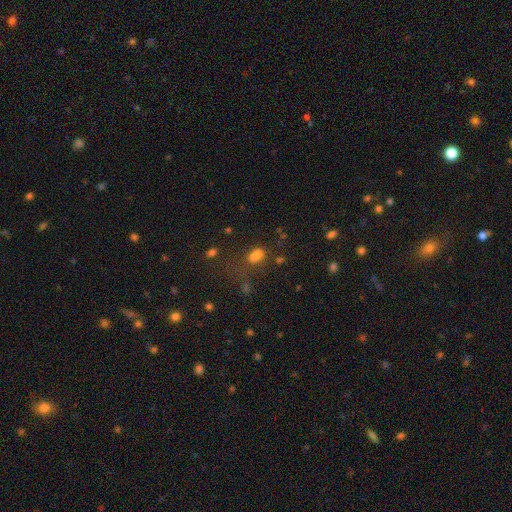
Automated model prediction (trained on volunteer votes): Q: Smooth or featured?
A: smooth (67%); runner-up: star or artifact (23%)
Q: How rounded?
A: in between (71%); runner-up: round (25%)
Q: Merging?
A: none (42%); runner-up: merger (27%)